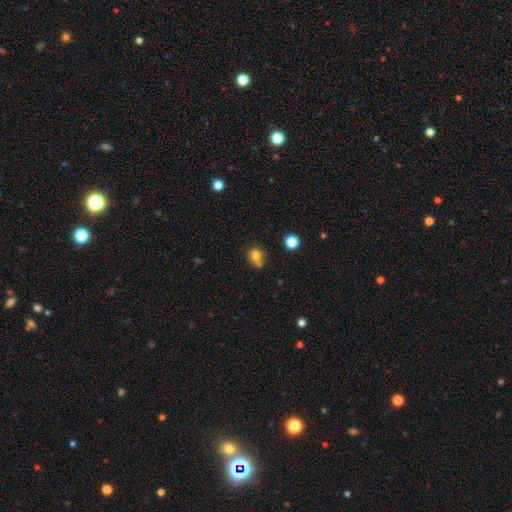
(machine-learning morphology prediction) Smooth or featured? smooth (75%)
How rounded? round (63%)
Merging? none (44%)